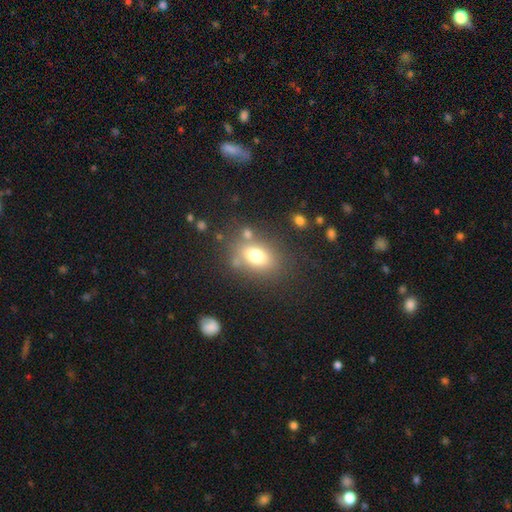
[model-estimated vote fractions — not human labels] Smooth or featured: smooth — 73% (featured or disk — 15%)
How rounded: in between — 69% (round — 29%)
Merging: none — 67% (minor disturbance — 15%)